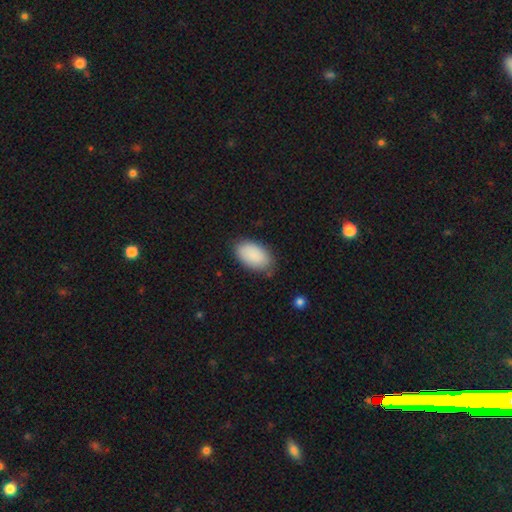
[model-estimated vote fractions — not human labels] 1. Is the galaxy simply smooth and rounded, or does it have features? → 89% smooth, 6% star or artifact, 5% featured or disk.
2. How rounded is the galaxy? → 95% in between, 4% round, 1% cigar-shaped.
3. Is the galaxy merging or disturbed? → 80% none, 16% minor disturbance, 3% major disturbance, 1% merger.